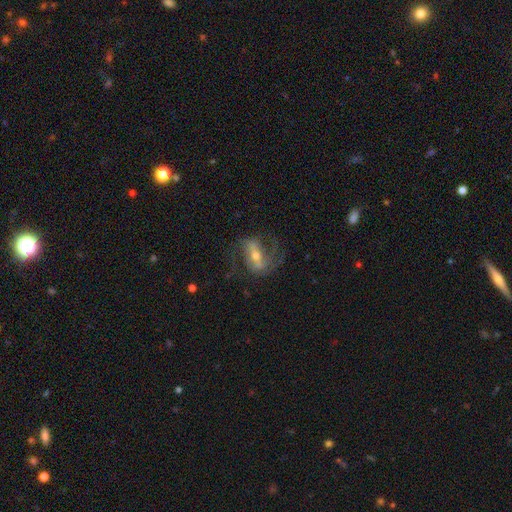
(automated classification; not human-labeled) A featured or disk galaxy (80%) with a strong bar (58%), 2 (84%) medium (47%) spiral arms (89%) and a moderate central bulge (53%).

Vote fractions:
- Smooth or featured? featured or disk: 80% / smooth: 13% / star or artifact: 7%
- Edge-on disk? no: 92% / yes: 8%
- Bar? strong: 58% / weak: 29% / no: 13%
- Spiral arms? yes: 89% / no: 11%
- Spiral winding? medium: 47% / loose: 37% / tight: 16%
- Spiral arm count? 2: 84% / can't tell: 7% / 1: 5% / 3: 2% / 4: 1% / more than 4: 1%
- Bulge size? moderate: 53% / small: 40% / large: 4% / none: 2% / dominant: 1%
- Merging? none: 65% / major disturbance: 18% / minor disturbance: 16% / merger: 2%